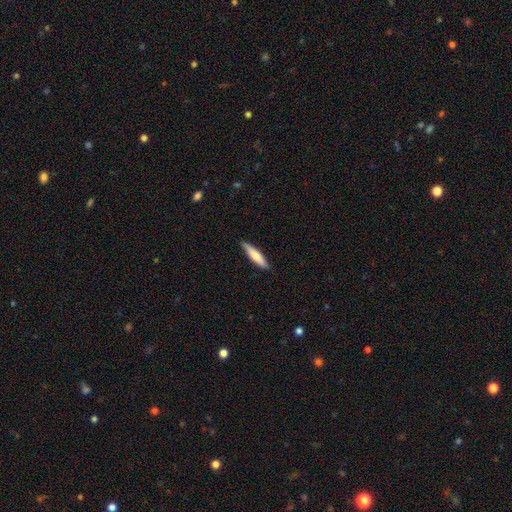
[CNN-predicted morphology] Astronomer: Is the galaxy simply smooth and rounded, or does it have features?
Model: smooth — 69%.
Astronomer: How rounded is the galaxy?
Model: cigar-shaped — 83%.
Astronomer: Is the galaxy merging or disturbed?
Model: none — 88%.